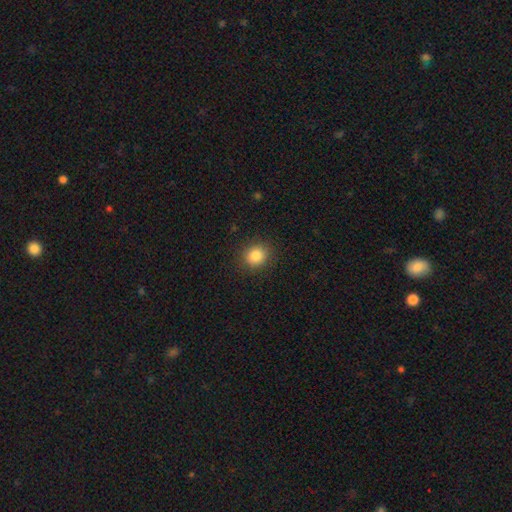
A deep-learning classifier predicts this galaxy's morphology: Smooth or featured?
  - smooth: 84% *
  - star or artifact: 11%
  - featured or disk: 5%
How rounded?
  - round: 78% *
  - in between: 21%
  - cigar-shaped: 1%
Merging?
  - none: 89% *
  - minor disturbance: 8%
  - major disturbance: 2%
  - merger: 1%